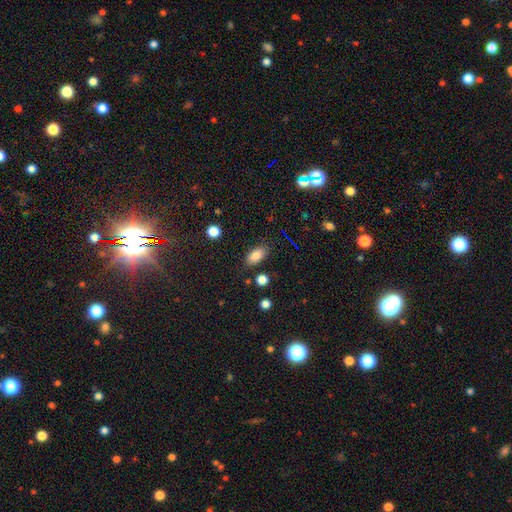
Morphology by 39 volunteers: Volunteers were most divided on "smooth or featured": smooth: 79%, featured or disk: 13%, star or artifact: 8%. More confident: how rounded — in between (90%); merging — none (83%).